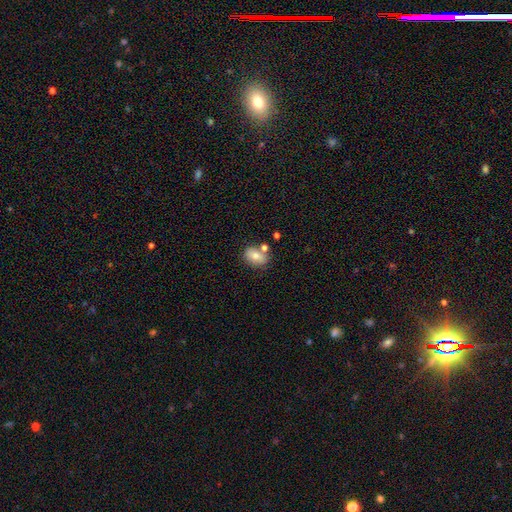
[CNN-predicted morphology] type=smooth (74%); roundness=in between (72%); merging=none (62%).